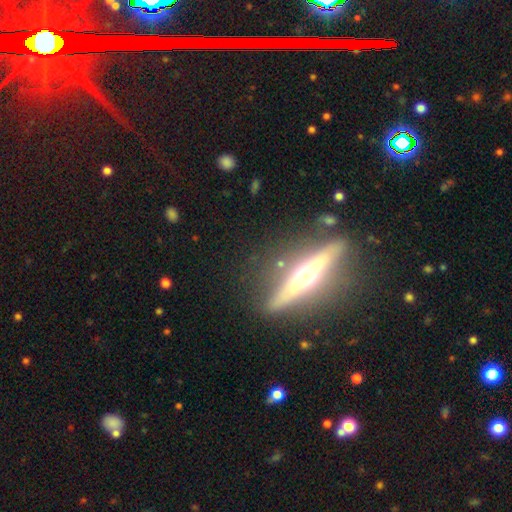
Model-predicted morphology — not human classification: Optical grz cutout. It shows a featured or disk galaxy (74%) viewed edge-on (94%) with a rounded central bulge (90%). Merging: none (82%).